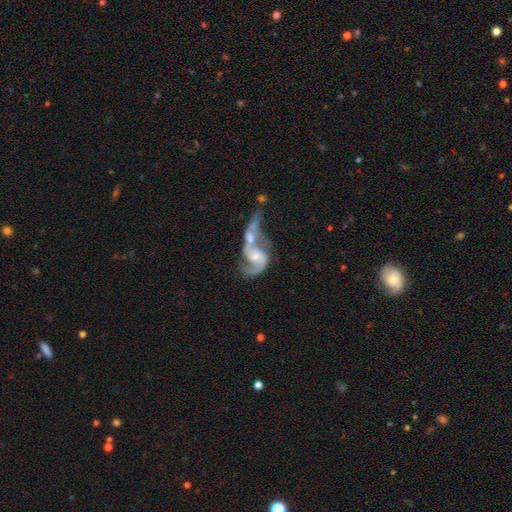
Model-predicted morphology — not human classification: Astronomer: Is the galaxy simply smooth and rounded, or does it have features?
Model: featured or disk — 80%.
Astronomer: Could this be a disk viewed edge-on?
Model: no — 97%.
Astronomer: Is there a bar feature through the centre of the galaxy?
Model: no — 58%.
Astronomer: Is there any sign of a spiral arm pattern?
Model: yes — 90%.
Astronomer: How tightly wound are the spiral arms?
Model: loose — 52% (runner-up: medium, 37%).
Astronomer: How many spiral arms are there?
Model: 2 — 77%.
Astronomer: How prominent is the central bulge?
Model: moderate — 41% (runner-up: small, 39%).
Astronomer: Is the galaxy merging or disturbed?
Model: merger — 62%.